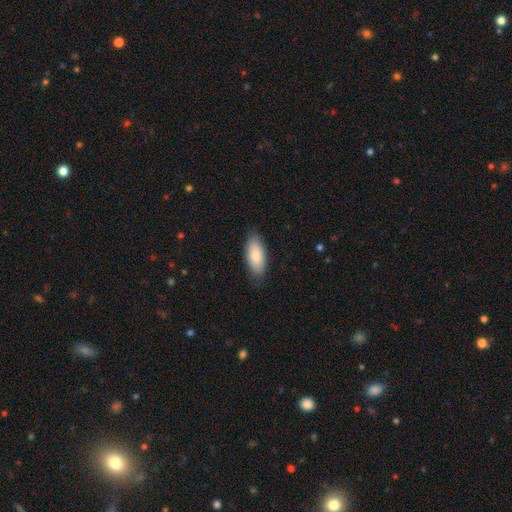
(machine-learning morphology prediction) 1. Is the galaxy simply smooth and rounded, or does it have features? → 85% smooth, 9% featured or disk, 5% star or artifact.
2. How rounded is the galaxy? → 83% in between, 16% cigar-shaped, 2% round.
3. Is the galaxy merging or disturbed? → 84% none, 13% minor disturbance, 3% major disturbance, 1% merger.